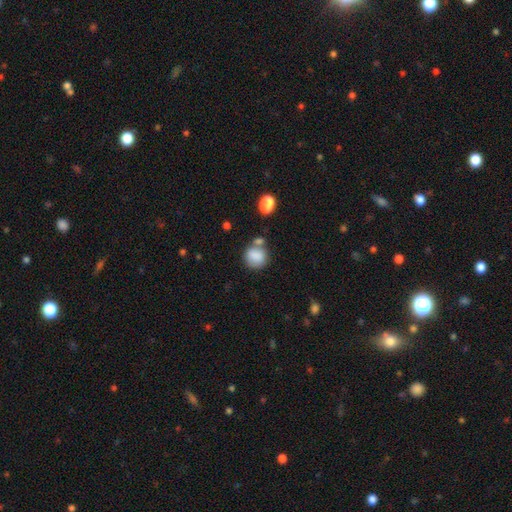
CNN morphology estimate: A smooth galaxy with no disk features (83%) that is round (75%). Merging: none (55%).